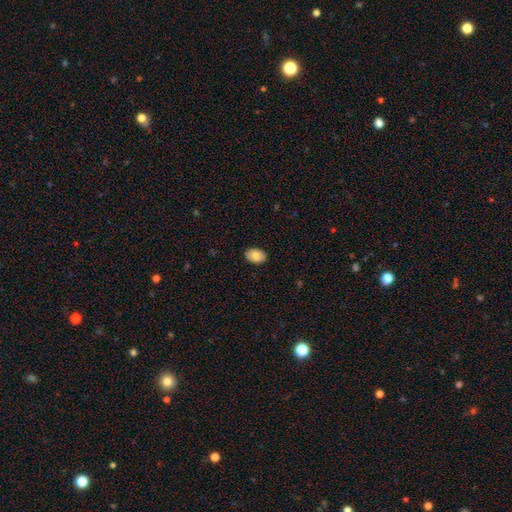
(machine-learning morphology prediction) The model was most divided on "how rounded": in between: 84%, round: 15%, cigar-shaped: 1%. More confident: merging — none (88%); smooth or featured — smooth (84%).